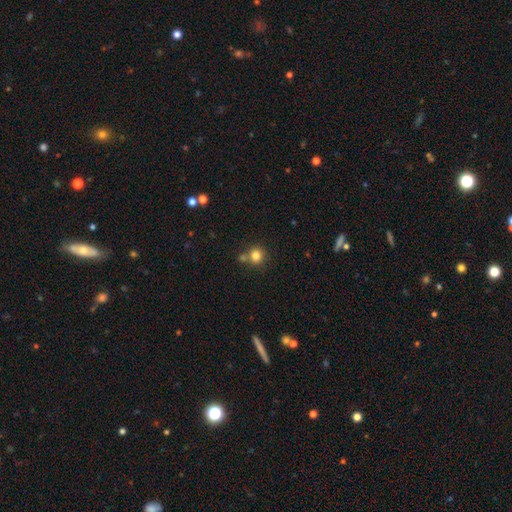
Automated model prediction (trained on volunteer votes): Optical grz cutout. It shows a smooth galaxy with no disk features (81%) that is round (90%). Merging: none (66%).